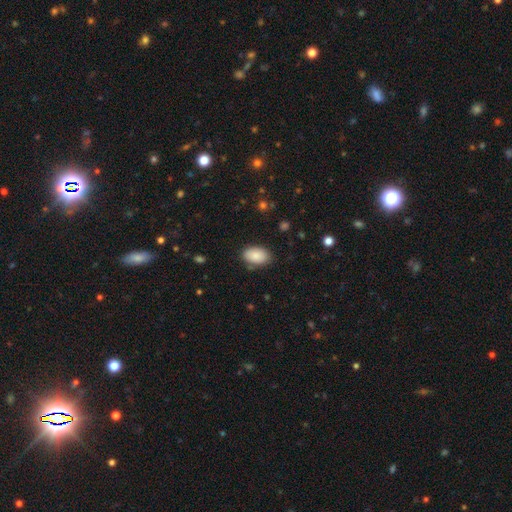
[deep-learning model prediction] smooth_or_featured: smooth (p=0.88) [alt: star or artifact p=0.07]
how_rounded: in between (p=0.91) [alt: round p=0.08]
merging: none (p=0.83) [alt: minor disturbance p=0.12]